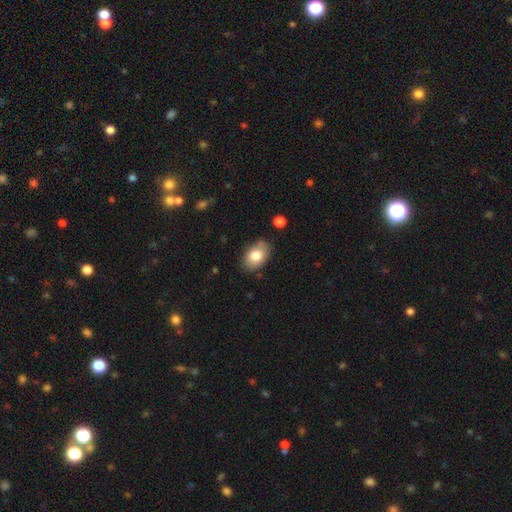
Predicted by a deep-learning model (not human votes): Smooth or featured? smooth (81%)
How rounded? in between (88%)
Merging? none (79%)